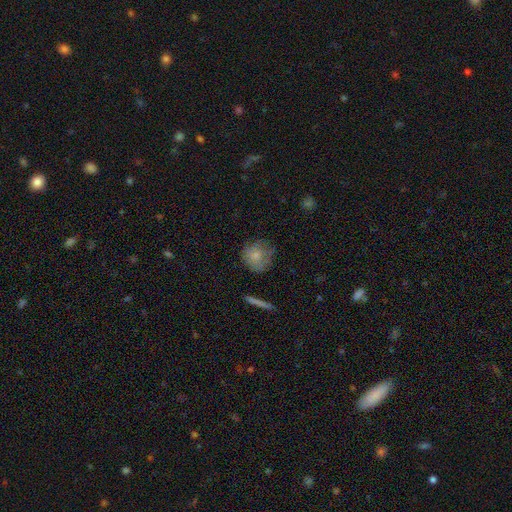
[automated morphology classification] smooth-or-featured: smooth: 72% | featured or disk: 19% | star or artifact: 9%
  how-rounded: round: 85% | in between: 14% | cigar-shaped: 1%
  merging: none: 61% | minor disturbance: 26% | major disturbance: 10% | merger: 2%